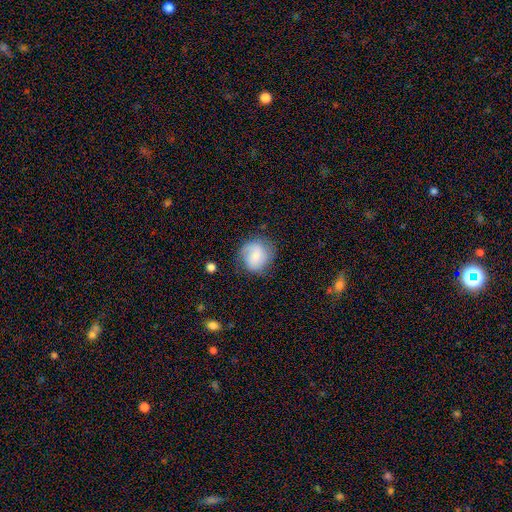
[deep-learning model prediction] Q: Smooth or featured?
A: smooth (65%); runner-up: featured or disk (26%)
Q: How rounded?
A: round (80%); runner-up: in between (19%)
Q: Merging?
A: none (68%); runner-up: minor disturbance (22%)